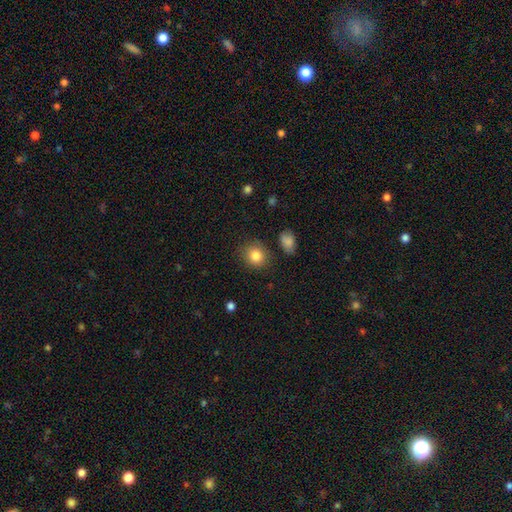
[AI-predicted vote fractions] Smooth or featured?
  - smooth: 84% *
  - star or artifact: 10%
  - featured or disk: 7%
How rounded?
  - round: 72% *
  - in between: 27%
  - cigar-shaped: 1%
Merging?
  - none: 82% *
  - minor disturbance: 12%
  - major disturbance: 3%
  - merger: 3%